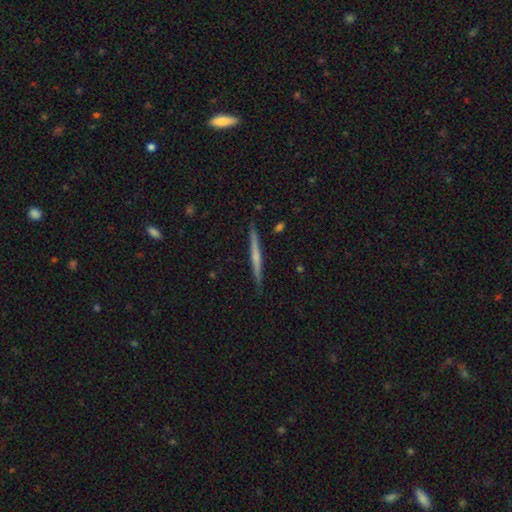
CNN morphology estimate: This is possibly a featured or disk galaxy (58%). It is clearly viewed edge-on (98%). Edge-on bulge: likely none (61%). Merging: clearly none (90%).